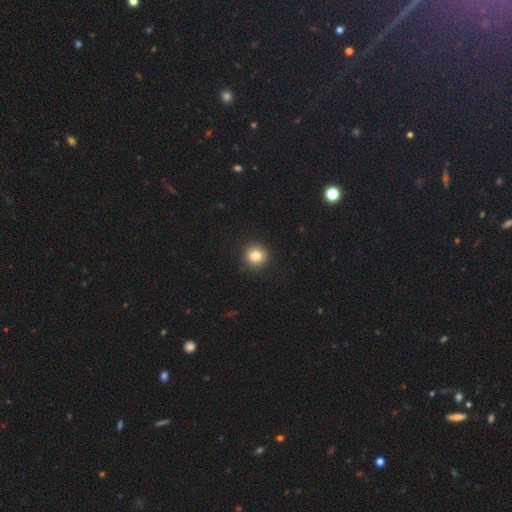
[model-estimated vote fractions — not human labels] Overall: smooth (82%). How rounded: round (93%). Merging: none (92%).